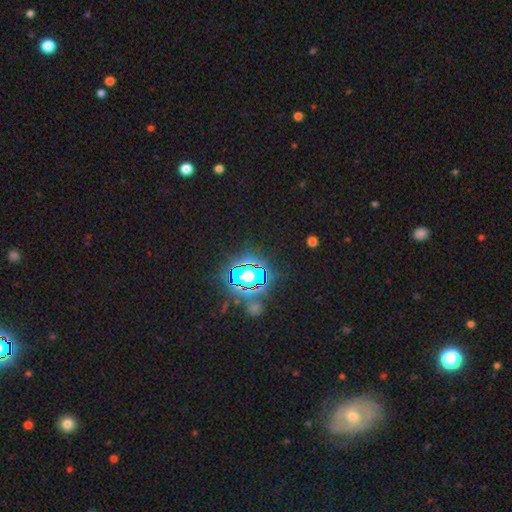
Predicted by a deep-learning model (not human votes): Overall: star or artifact (80%).